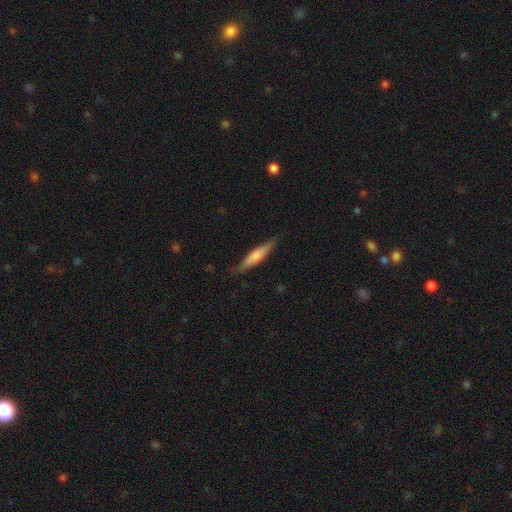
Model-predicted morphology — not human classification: Overall: smooth (59%; featured or disk 35%). How rounded: cigar-shaped (87%). Merging: none (83%).